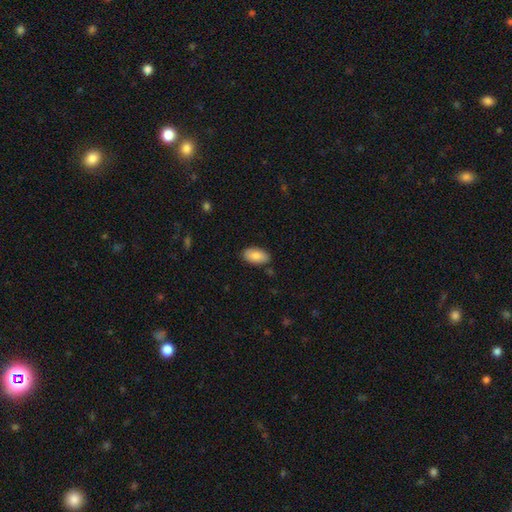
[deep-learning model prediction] This is clearly a smooth galaxy (85%). How rounded: clearly in between (95%). Merging: clearly none (86%).